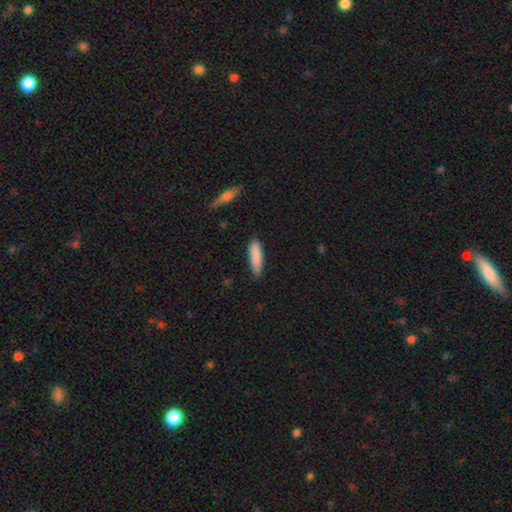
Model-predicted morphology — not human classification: smooth 86%, featured or disk 8%, star or artifact 6%. Down the decision tree: how rounded — cigar-shaped (69%); merging — none (85%).